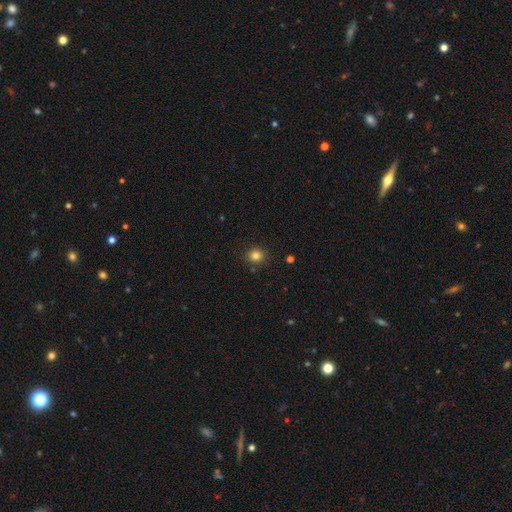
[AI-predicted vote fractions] Smooth or featured? smooth (82%)
How rounded? round (84%)
Merging? none (89%)